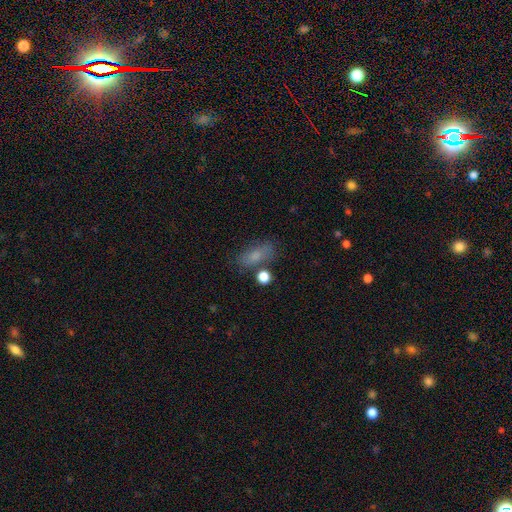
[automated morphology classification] A smooth galaxy with no disk features (75%) that is in between round and cigar-shaped (78%). Merging: none (68%).